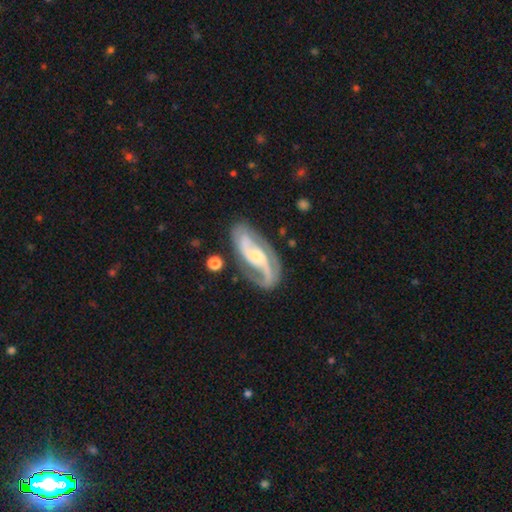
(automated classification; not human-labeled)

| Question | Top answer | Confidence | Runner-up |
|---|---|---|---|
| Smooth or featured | featured or disk | 89% | smooth (6%) |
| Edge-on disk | no | 96% | yes (4%) |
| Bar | no | 42% | weak (35%) |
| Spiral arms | yes | 97% | no (3%) |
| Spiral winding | medium | 52% | tight (32%) |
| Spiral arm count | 2 | 89% | can't tell (4%) |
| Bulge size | small | 54% | moderate (37%) |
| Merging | none | 76% | minor disturbance (15%) |